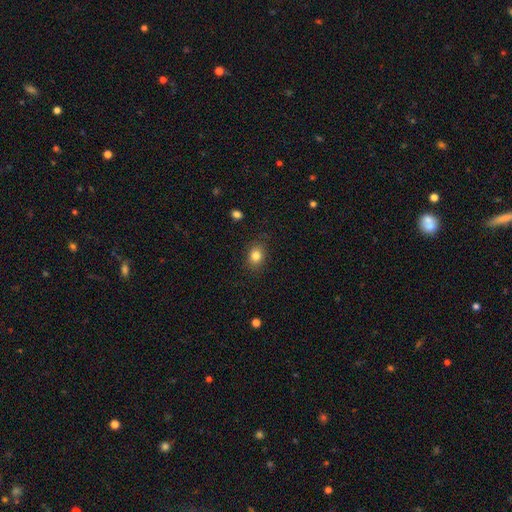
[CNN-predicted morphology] Overall: smooth (83%). How rounded: in between (55%; round 44%). Merging: none (84%).